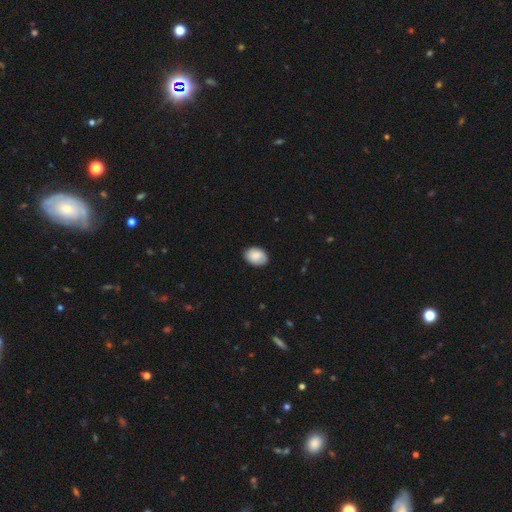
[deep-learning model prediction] Smooth or featured: smooth — 84% (featured or disk — 10%)
How rounded: in between — 77% (round — 22%)
Merging: none — 83% (minor disturbance — 14%)